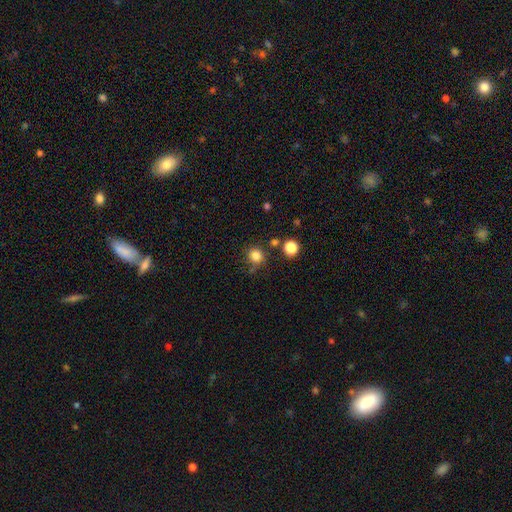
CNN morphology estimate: smooth-or-featured: smooth: 82% | star or artifact: 13% | featured or disk: 5%
  how-rounded: round: 85% | in between: 14% | cigar-shaped: 1%
  merging: none: 79% | minor disturbance: 11% | merger: 7% | major disturbance: 4%